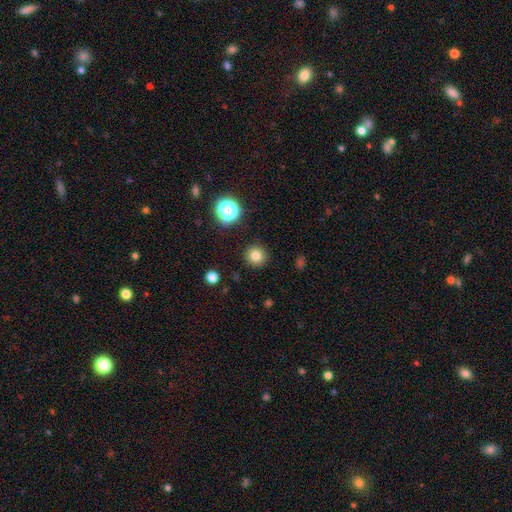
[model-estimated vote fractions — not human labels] Morphology: type=smooth (80%); roundness=round (94%); merging=none (91%).